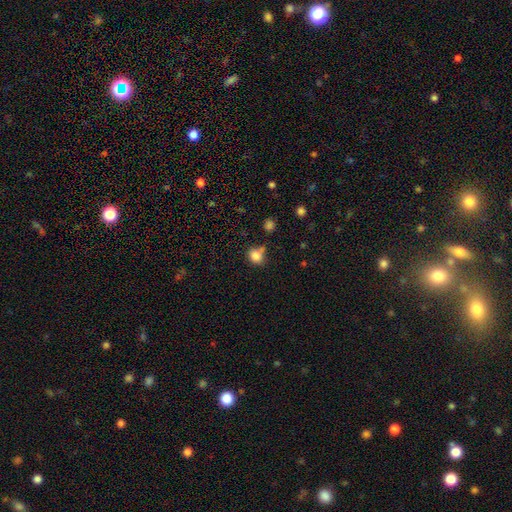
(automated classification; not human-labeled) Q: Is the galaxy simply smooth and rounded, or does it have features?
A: smooth — 83%.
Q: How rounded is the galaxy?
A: round — 66%.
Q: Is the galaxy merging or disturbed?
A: none — 62%.